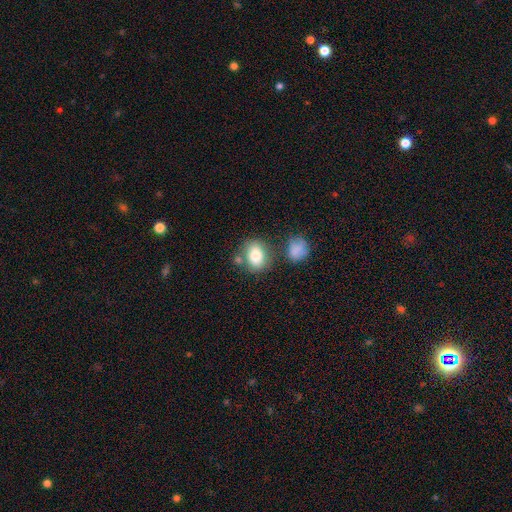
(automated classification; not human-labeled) Smooth or featured?
  - smooth: 79% *
  - featured or disk: 12%
  - star or artifact: 9%
How rounded?
  - in between: 60% *
  - round: 39%
  - cigar-shaped: 1%
Merging?
  - none: 64% *
  - minor disturbance: 16%
  - merger: 14%
  - major disturbance: 5%